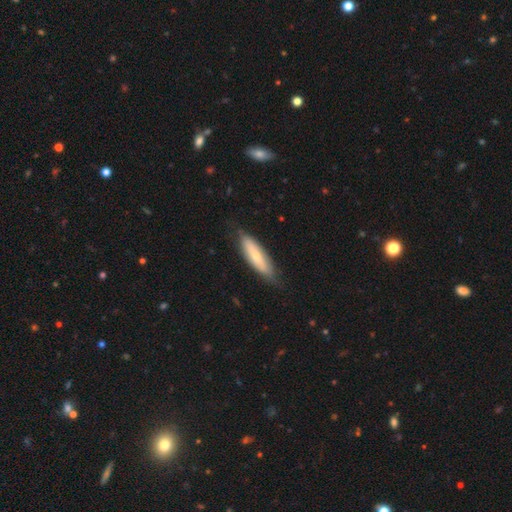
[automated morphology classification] This appears to be a smooth galaxy with no disk features (60%) that is cigar-shaped (58%). Merging: none (77%).